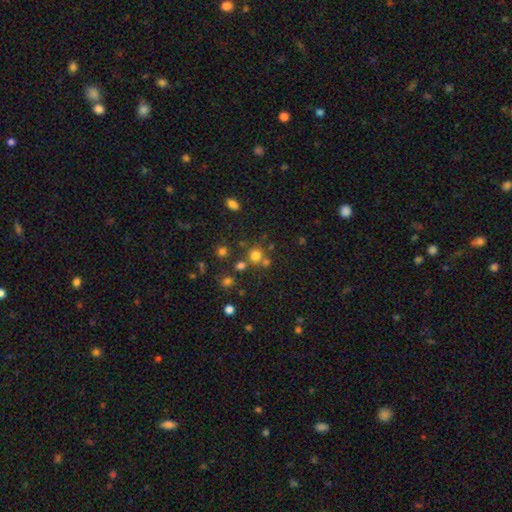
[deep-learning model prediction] A smooth galaxy with no disk features (72%) that is round (87%).

Vote fractions:
- Smooth or featured? smooth: 72% / star or artifact: 19% / featured or disk: 9%
- How rounded? round: 87% / in between: 12% / cigar-shaped: 1%
- Merging? none: 62% / merger: 24% / minor disturbance: 9% / major disturbance: 4%